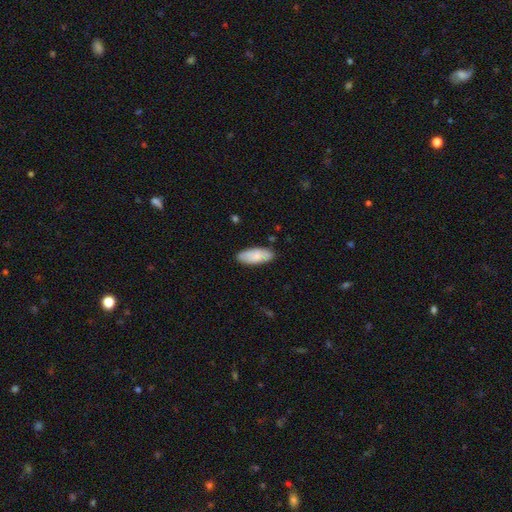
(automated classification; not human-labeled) smooth 79%, featured or disk 16%, star or artifact 6%. Down the decision tree: how rounded — in between (83%); merging — none (83%).